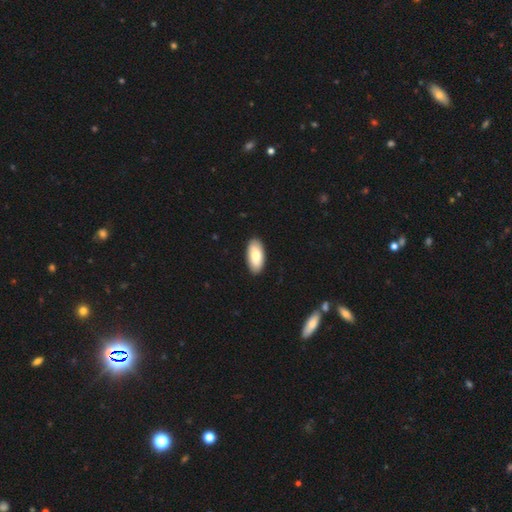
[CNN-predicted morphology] smooth-or-featured: smooth: 82% | featured or disk: 13% | star or artifact: 5%
  how-rounded: in between: 92% | cigar-shaped: 6% | round: 2%
  merging: none: 89% | minor disturbance: 8% | major disturbance: 2% | merger: 1%